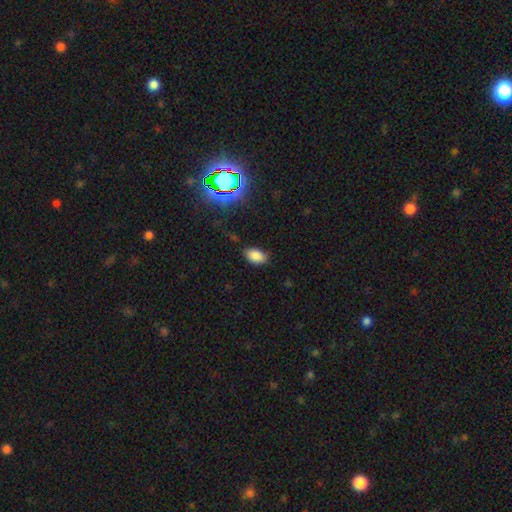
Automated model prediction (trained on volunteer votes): A smooth galaxy with no disk features (82%) that is in between round and cigar-shaped (91%).

Vote fractions:
- Smooth or featured? smooth: 82% / star or artifact: 13% / featured or disk: 5%
- How rounded? in between: 91% / round: 8% / cigar-shaped: 2%
- Merging? none: 80% / minor disturbance: 15% / major disturbance: 3% / merger: 2%